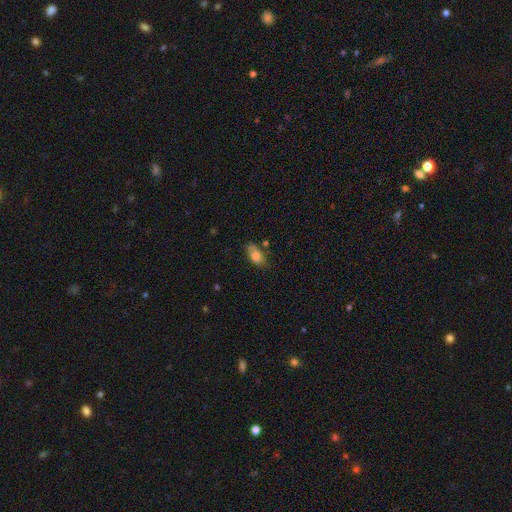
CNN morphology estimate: A smooth galaxy with no disk features (79%) that is in between round and cigar-shaped (88%). Merging: none (63%).